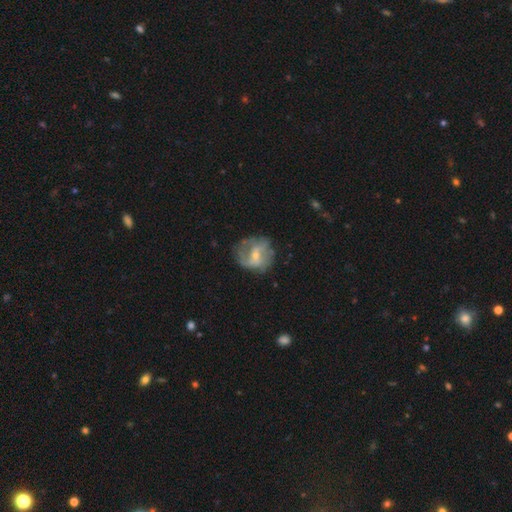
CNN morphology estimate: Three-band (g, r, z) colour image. It shows a featured or disk galaxy (62%) with no bar (48%), spiral arms (60%) and a small central bulge (65%). Merging: none (57%).